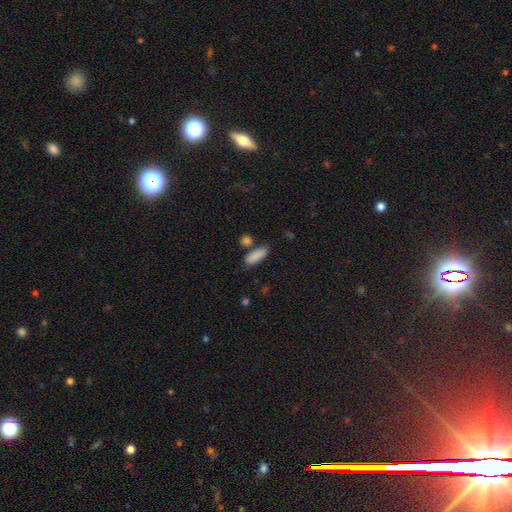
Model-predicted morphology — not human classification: Smooth or featured: smooth — 88% (star or artifact — 7%)
How rounded: in between — 67% (cigar-shaped — 30%)
Merging: none — 73% (minor disturbance — 13%)